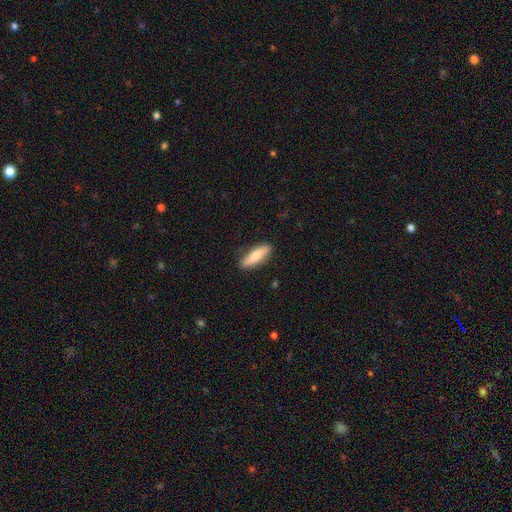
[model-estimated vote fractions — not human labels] Overall: smooth (76%). How rounded: cigar-shaped (60%; in between 38%). Merging: none (86%).